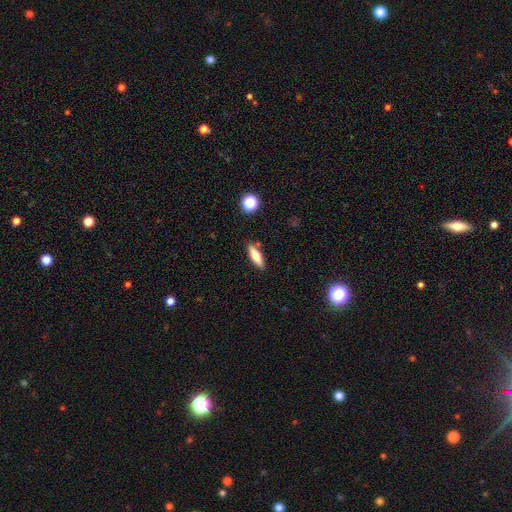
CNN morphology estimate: Smooth or featured? Predicted: smooth (p=0.66). How rounded? Predicted: cigar-shaped (p=0.57). Merging? Predicted: none (p=0.87).